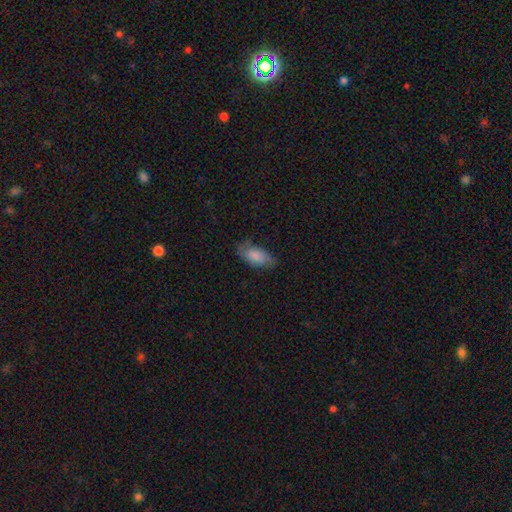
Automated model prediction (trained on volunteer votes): Overall: smooth (82%). How rounded: in between (91%). Merging: none (68%).